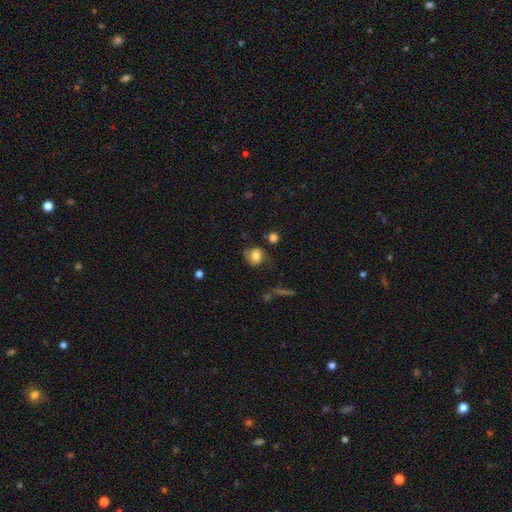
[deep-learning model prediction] Smooth or featured?
  - smooth: 72% *
  - featured or disk: 18%
  - star or artifact: 10%
How rounded?
  - round: 57% *
  - in between: 41%
  - cigar-shaped: 1%
Merging?
  - none: 60% *
  - minor disturbance: 24%
  - major disturbance: 11%
  - merger: 5%